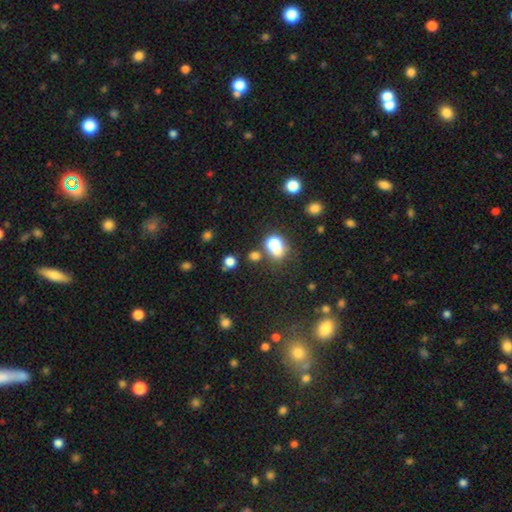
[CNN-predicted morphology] Smooth or featured?
  - smooth: 63% *
  - star or artifact: 26%
  - featured or disk: 11%
How rounded?
  - round: 54% *
  - in between: 44%
  - cigar-shaped: 2%
Merging?
  - none: 49% *
  - merger: 29%
  - minor disturbance: 13%
  - major disturbance: 8%